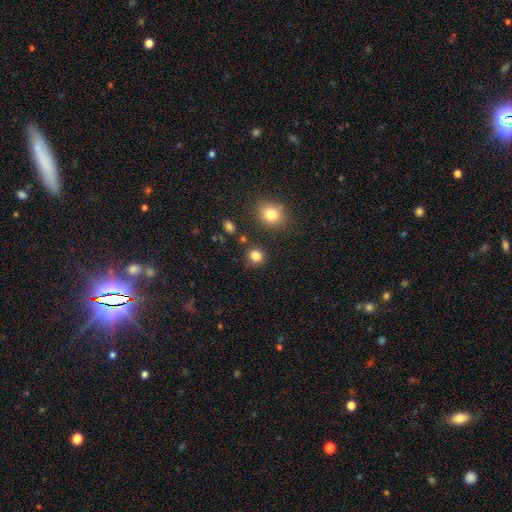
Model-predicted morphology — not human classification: smooth 84%, star or artifact 12%, featured or disk 5%. Down the decision tree: how rounded — round (88%); merging — none (86%).